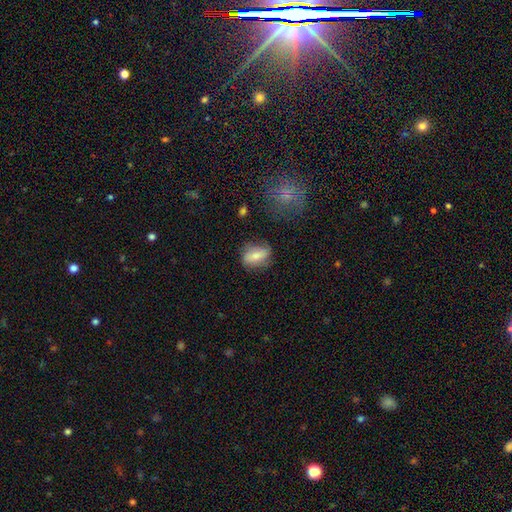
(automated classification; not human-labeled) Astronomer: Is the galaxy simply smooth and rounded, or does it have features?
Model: smooth — 65%.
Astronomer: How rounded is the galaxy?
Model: in between — 72%.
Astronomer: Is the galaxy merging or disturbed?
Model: none — 67%.